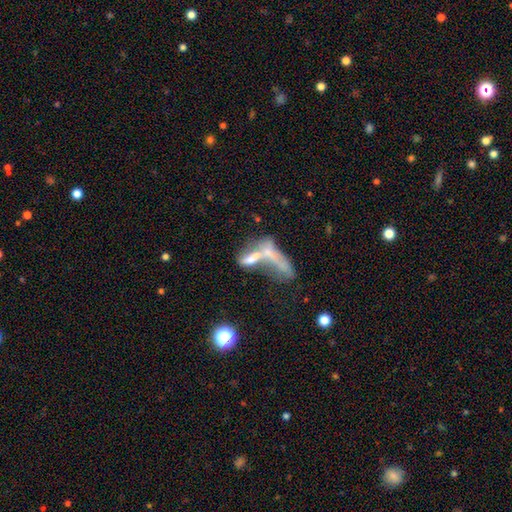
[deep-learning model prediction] Smooth or featured? Predicted: smooth (p=0.48). Merging? Predicted: merger (p=0.63).